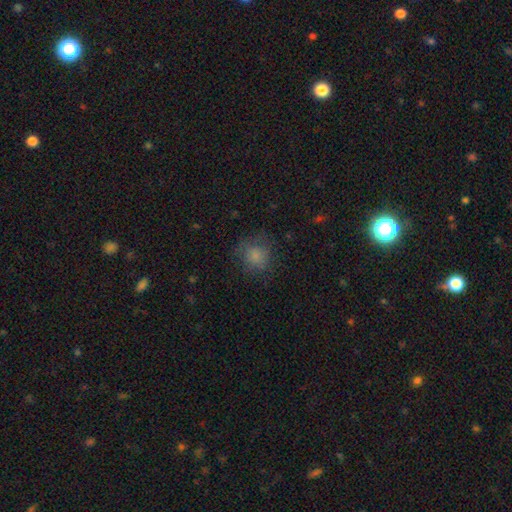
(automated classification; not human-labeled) Overall: smooth (80%). How rounded: round (84%). Merging: none (72%).